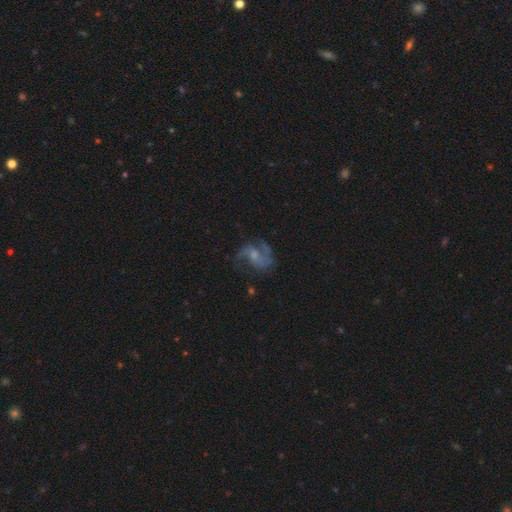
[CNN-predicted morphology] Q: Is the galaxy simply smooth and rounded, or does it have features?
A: featured or disk — 80%.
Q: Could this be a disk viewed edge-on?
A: no — 98%.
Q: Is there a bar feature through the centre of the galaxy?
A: no — 51%.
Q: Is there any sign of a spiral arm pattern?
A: yes — 92%.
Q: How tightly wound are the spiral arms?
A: loose — 45%, tied with medium.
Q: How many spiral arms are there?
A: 2 — 76%.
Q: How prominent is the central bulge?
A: small — 45%.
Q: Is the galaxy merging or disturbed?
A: none — 58%.